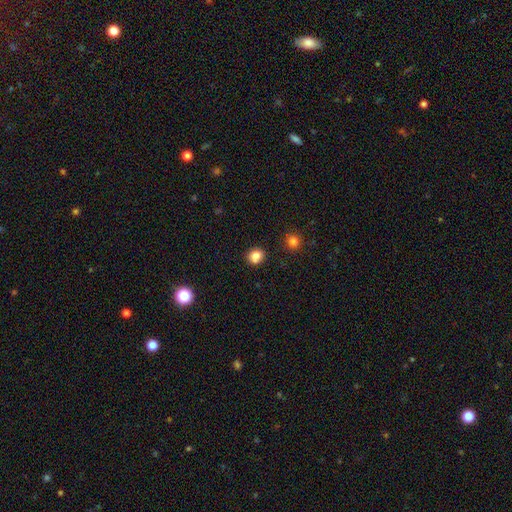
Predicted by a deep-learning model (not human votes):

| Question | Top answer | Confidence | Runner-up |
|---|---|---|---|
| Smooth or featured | smooth | 81% | star or artifact (12%) |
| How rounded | round | 74% | in between (25%) |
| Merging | none | 77% | minor disturbance (12%) |